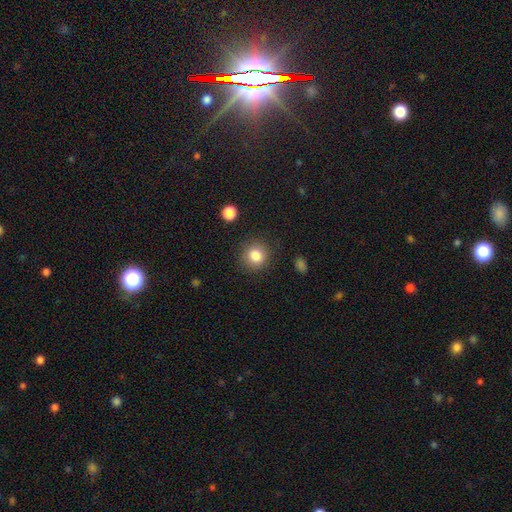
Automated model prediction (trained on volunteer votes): Smooth or featured? smooth (83%)
How rounded? round (90%)
Merging? none (87%)